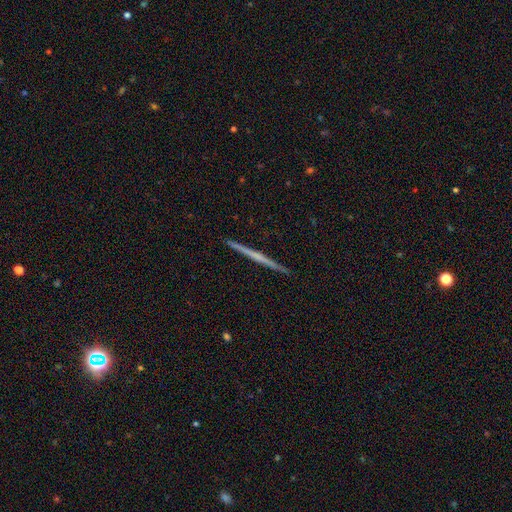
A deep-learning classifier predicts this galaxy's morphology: Q: Smooth or featured?
A: featured or disk (67%); runner-up: smooth (27%)
Q: Edge-on disk?
A: yes (99%); runner-up: no (1%)
Q: Edge-on bulge?
A: none (74%); runner-up: rounded (20%)
Q: Merging?
A: none (94%); runner-up: minor disturbance (4%)